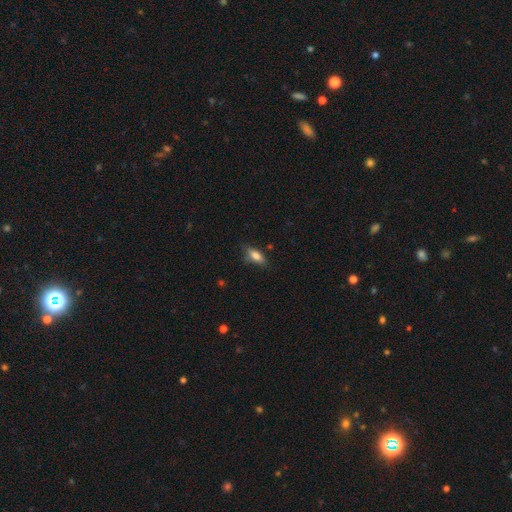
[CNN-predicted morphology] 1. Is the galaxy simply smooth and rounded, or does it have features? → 79% smooth, 14% featured or disk, 8% star or artifact.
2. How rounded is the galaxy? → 77% in between, 20% cigar-shaped, 3% round.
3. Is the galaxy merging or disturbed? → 71% none, 22% minor disturbance, 5% major disturbance, 2% merger.